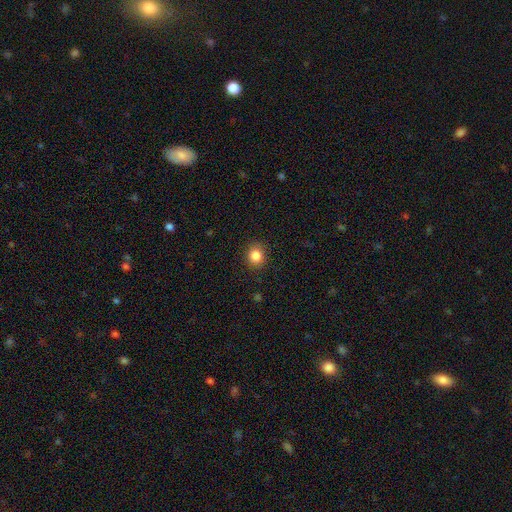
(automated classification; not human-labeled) Smooth or featured? smooth (86%)
How rounded? round (75%)
Merging? none (88%)